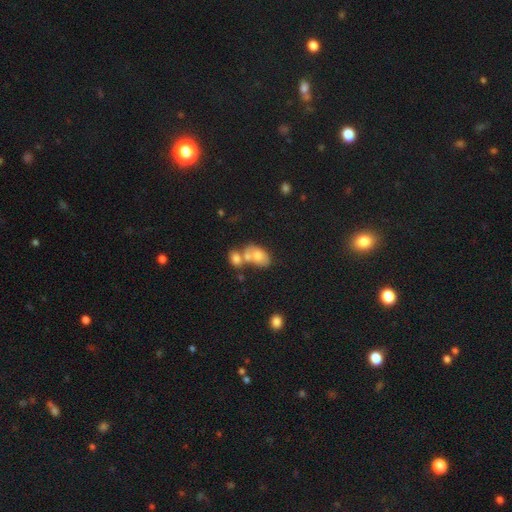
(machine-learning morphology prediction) Overall: smooth (68%). How rounded: in between (86%). Merging: merger (56%; none 27%).